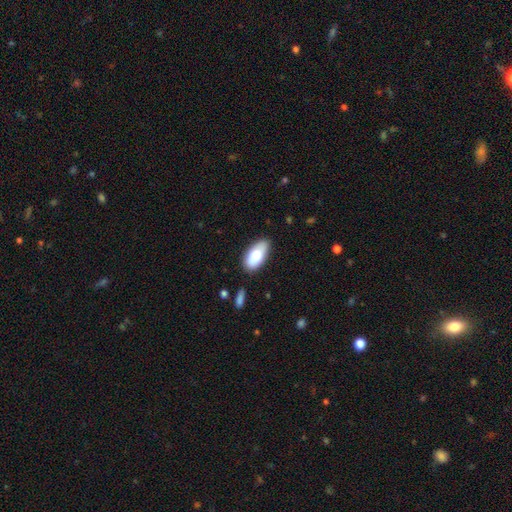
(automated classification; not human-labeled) This is likely a smooth galaxy (77%). How rounded: clearly in between (92%). Merging: clearly none (83%).